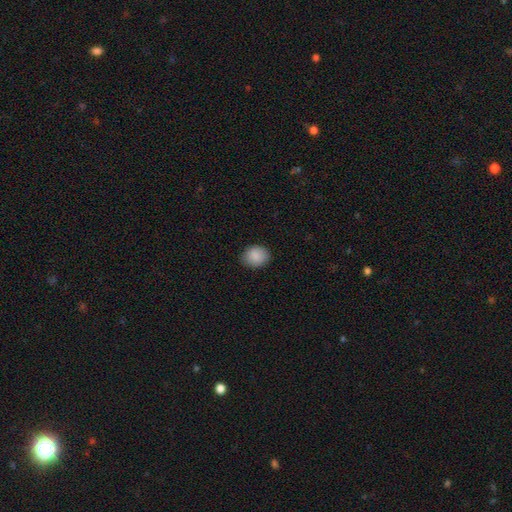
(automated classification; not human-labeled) Q: Smooth or featured?
A: smooth (89%); runner-up: star or artifact (8%)
Q: How rounded?
A: round (55%); runner-up: in between (44%)
Q: Merging?
A: none (86%); runner-up: minor disturbance (11%)